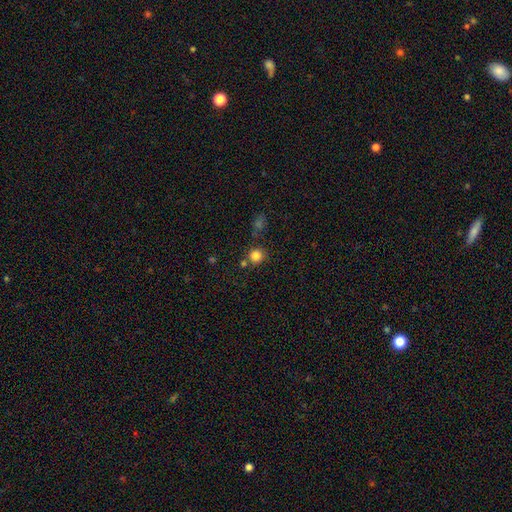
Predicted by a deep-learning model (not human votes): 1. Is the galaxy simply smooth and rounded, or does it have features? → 82% smooth, 13% star or artifact, 6% featured or disk.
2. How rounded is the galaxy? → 91% round, 8% in between, 1% cigar-shaped.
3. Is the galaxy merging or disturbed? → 74% none, 12% merger, 10% minor disturbance, 4% major disturbance.